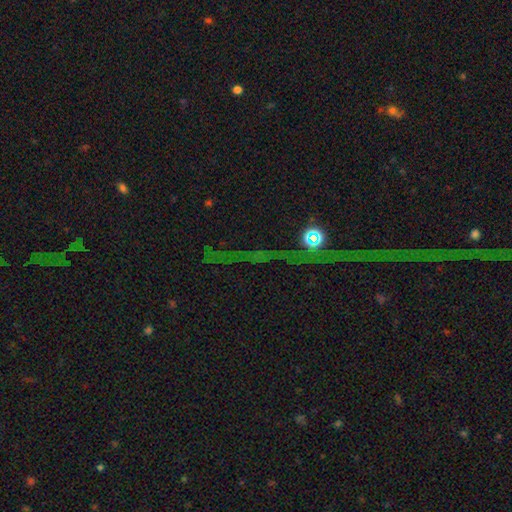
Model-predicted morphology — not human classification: Smooth or featured: star or artifact — 77% (featured or disk — 12%)